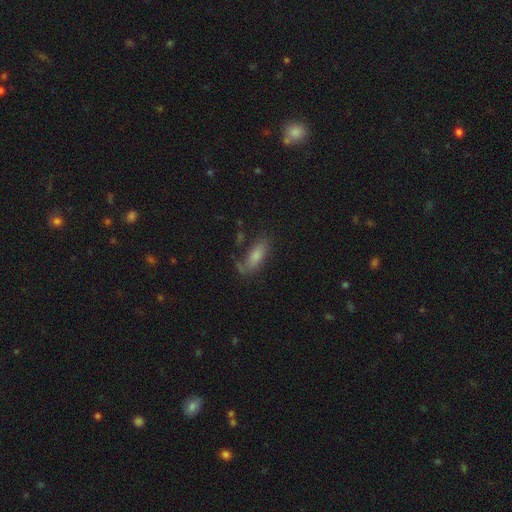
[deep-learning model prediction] This is likely a smooth galaxy (65%). How rounded: likely in between (64%). Merging: possibly none (60%).